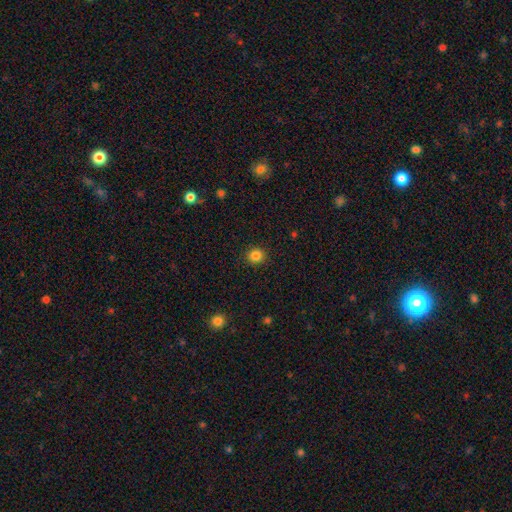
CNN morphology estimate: This appears to be a smooth galaxy with no disk features (84%) that is round (89%). Merging: none (91%).